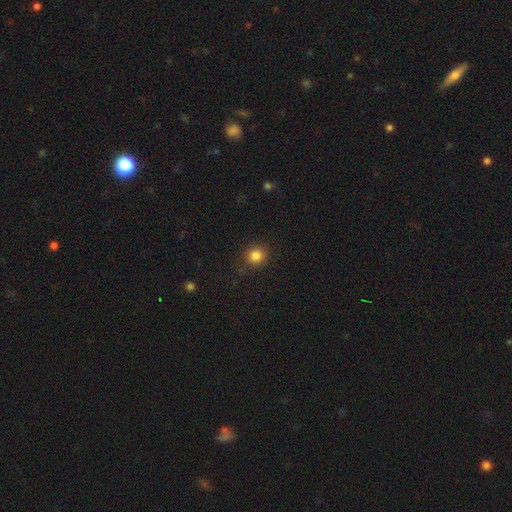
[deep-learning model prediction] Smooth or featured?
  - smooth: 84% *
  - star or artifact: 11%
  - featured or disk: 5%
How rounded?
  - round: 84% *
  - in between: 15%
  - cigar-shaped: 1%
Merging?
  - none: 87% *
  - minor disturbance: 9%
  - major disturbance: 3%
  - merger: 1%